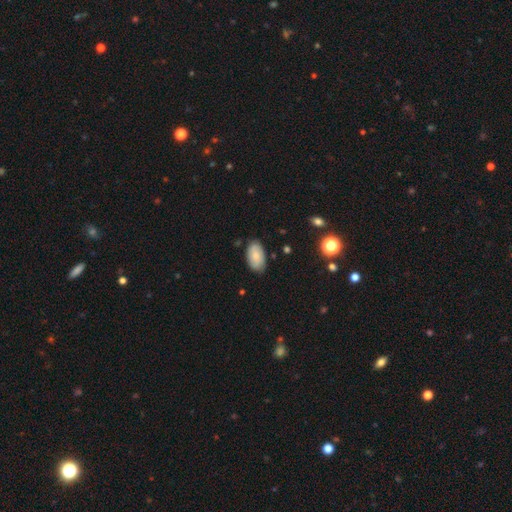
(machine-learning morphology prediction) Q: Smooth or featured?
A: smooth (77%); runner-up: featured or disk (16%)
Q: How rounded?
A: in between (94%); runner-up: round (4%)
Q: Merging?
A: none (81%); runner-up: minor disturbance (15%)